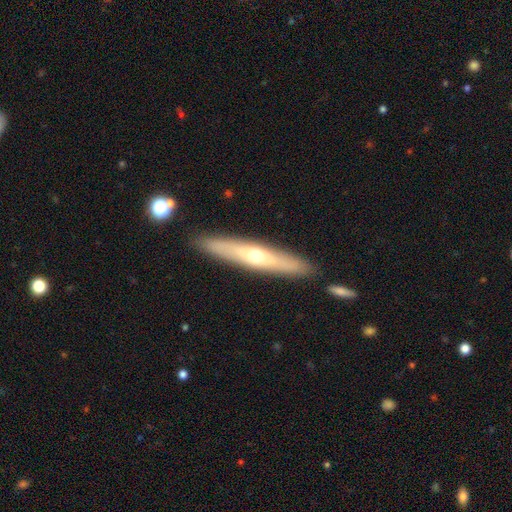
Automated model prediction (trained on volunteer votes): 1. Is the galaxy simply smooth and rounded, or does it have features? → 55% featured or disk, 39% smooth, 6% star or artifact.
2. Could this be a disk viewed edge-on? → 82% yes, 18% no.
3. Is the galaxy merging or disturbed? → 88% none, 8% minor disturbance, 2% merger, 2% major disturbance.